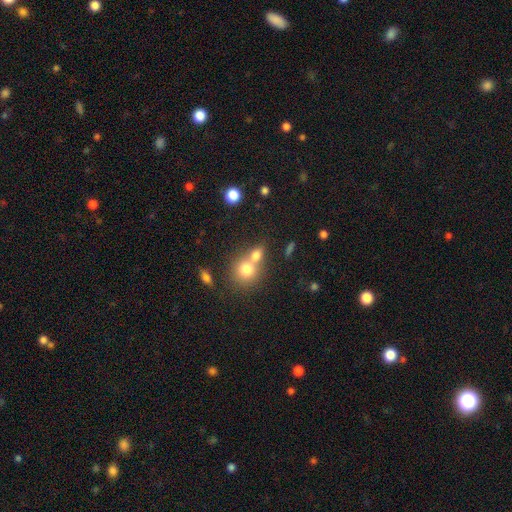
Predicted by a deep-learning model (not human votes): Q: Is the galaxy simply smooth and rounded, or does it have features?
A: smooth — 75%.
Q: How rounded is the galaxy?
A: round — 61%.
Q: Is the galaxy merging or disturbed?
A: merger — 56%.